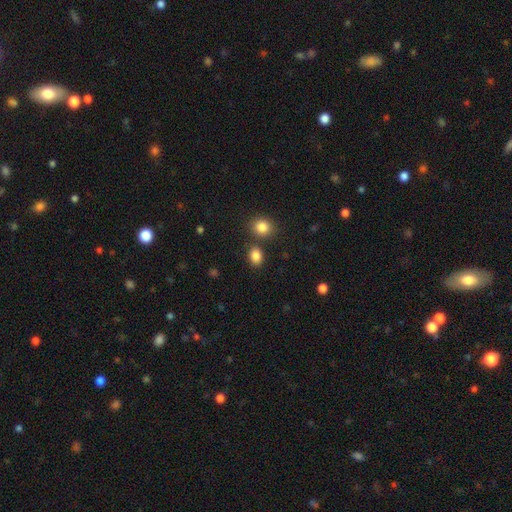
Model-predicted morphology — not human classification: This is clearly a smooth galaxy (85%). How rounded: possibly in between (57%). Merging: likely none (75%).